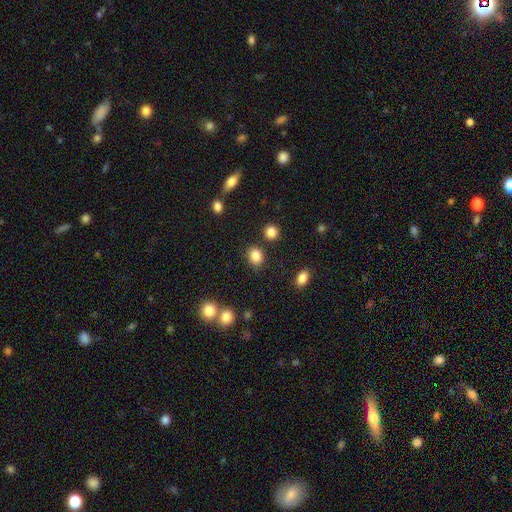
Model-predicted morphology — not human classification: smooth_or_featured: smooth (p=0.85) [alt: star or artifact p=0.10]
how_rounded: round (p=0.58) [alt: in between p=0.41]
merging: none (p=0.82) [alt: minor disturbance p=0.10]